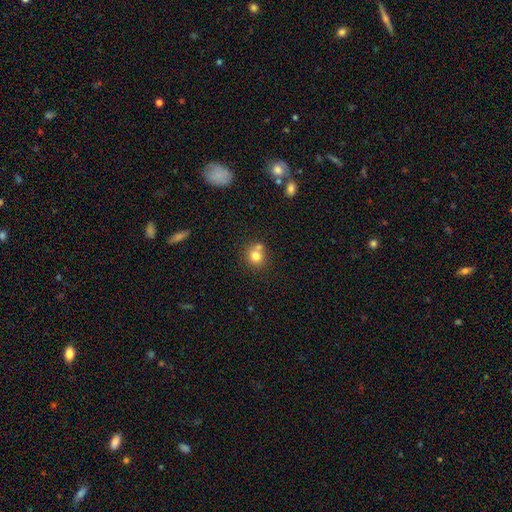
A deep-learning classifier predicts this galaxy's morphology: The model was most divided on "merging": none: 57%, merger: 31%, minor disturbance: 9%, major disturbance: 3%. More confident: how rounded — round (86%); smooth or featured — smooth (77%).